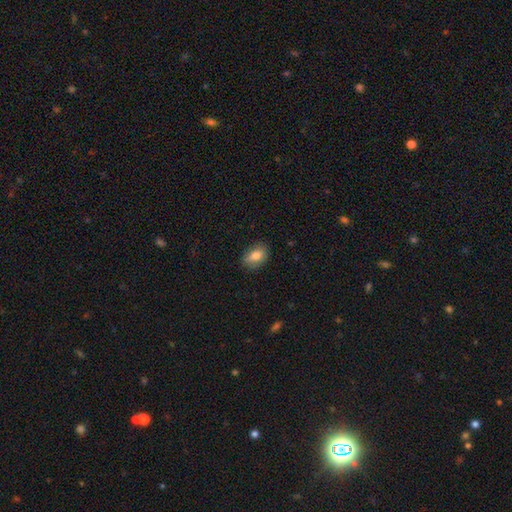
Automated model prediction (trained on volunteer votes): smooth-or-featured: smooth: 81% | featured or disk: 11% | star or artifact: 8%
  how-rounded: in between: 82% | round: 16% | cigar-shaped: 2%
  merging: none: 82% | minor disturbance: 14% | major disturbance: 3% | merger: 1%